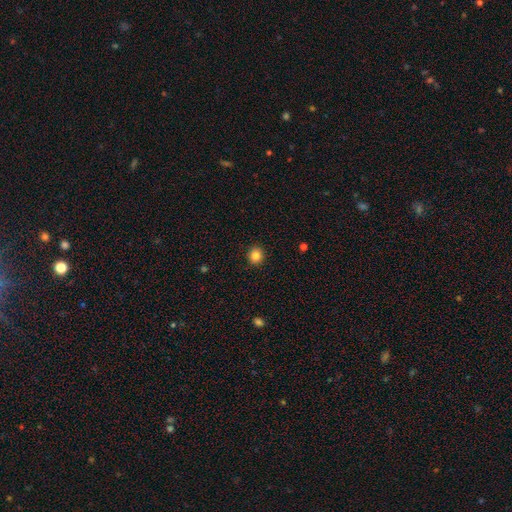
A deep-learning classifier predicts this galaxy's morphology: Smooth or featured: smooth — 84% (star or artifact — 11%)
How rounded: round — 87% (in between — 12%)
Merging: none — 92% (minor disturbance — 5%)